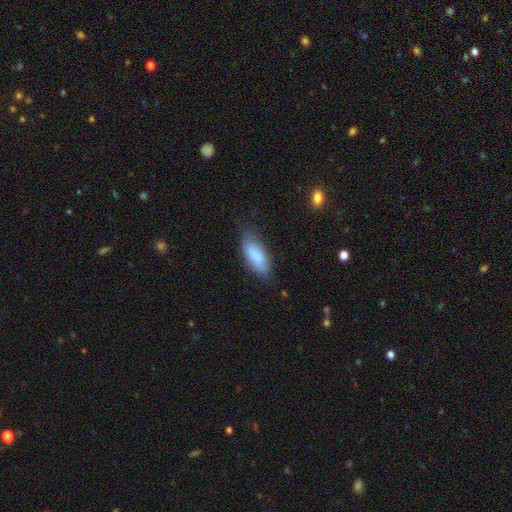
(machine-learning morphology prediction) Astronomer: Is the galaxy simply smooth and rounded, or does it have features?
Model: smooth — 84%.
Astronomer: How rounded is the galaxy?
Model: in between — 72%.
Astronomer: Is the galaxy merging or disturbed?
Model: none — 67%.